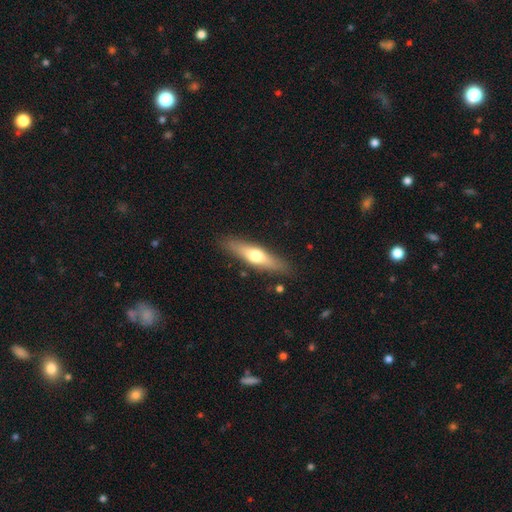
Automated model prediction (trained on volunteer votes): Overall: smooth (49%; featured or disk 45%). Merging: none (86%).